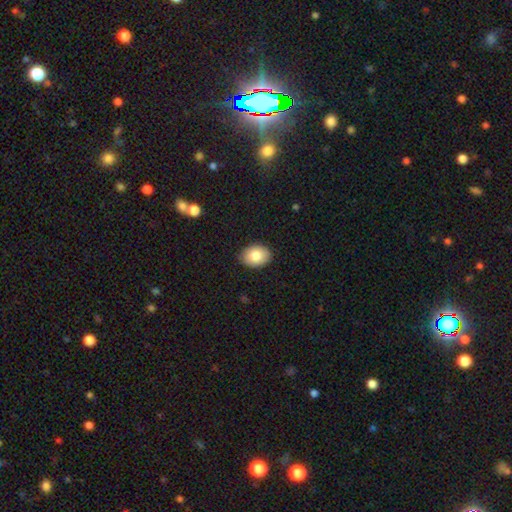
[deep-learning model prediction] A smooth galaxy with no disk features (82%) that is in between round and cigar-shaped (74%).

Vote fractions:
- Smooth or featured? smooth: 82% / featured or disk: 11% / star or artifact: 8%
- How rounded? in between: 74% / round: 25% / cigar-shaped: 1%
- Merging? none: 88% / minor disturbance: 9% / major disturbance: 2% / merger: 1%